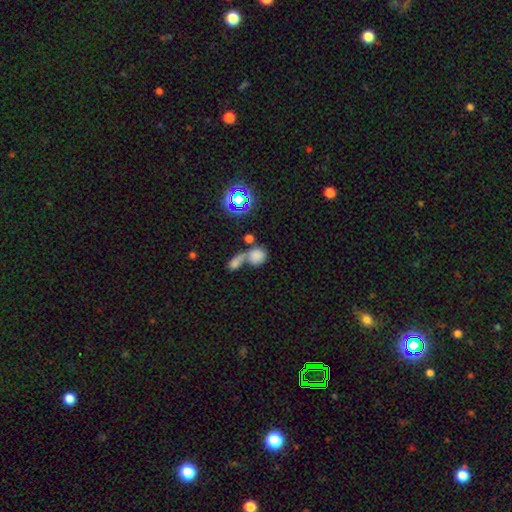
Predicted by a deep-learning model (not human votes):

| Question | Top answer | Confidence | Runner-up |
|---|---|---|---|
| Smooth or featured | smooth | 73% | star or artifact (14%) |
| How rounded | round | 65% | in between (32%) |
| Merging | merger | 61% | none (22%) |